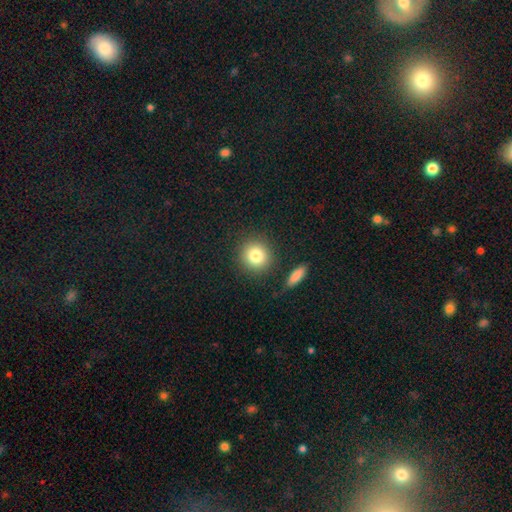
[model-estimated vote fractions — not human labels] A smooth galaxy with no disk features (81%) that is round (89%). Merging: none (85%).